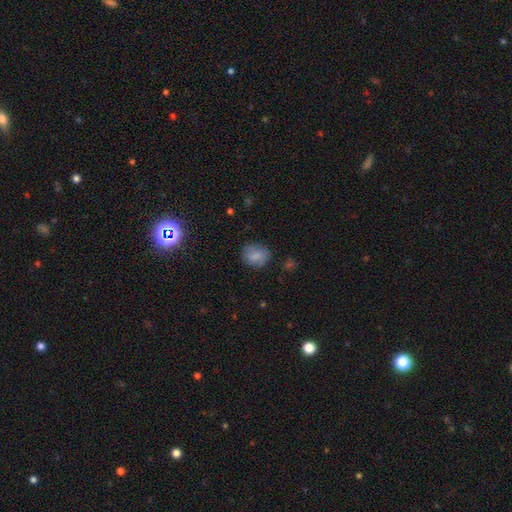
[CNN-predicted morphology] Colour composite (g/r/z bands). It shows a smooth galaxy with no disk features (78%) that is round (61%). Merging: none (75%).